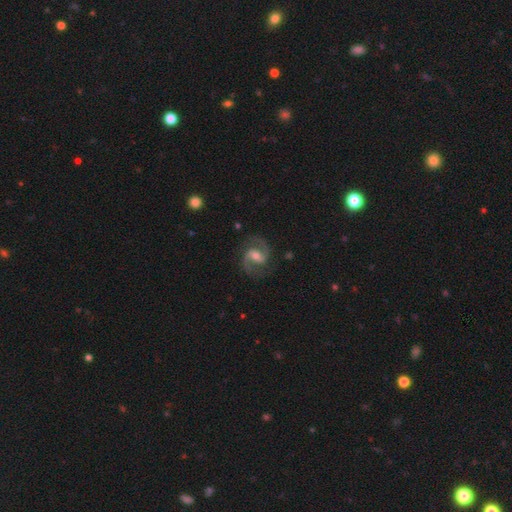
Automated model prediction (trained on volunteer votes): This is clearly a featured or disk galaxy (91%). It is clearly not viewed edge-on (98%). Bar: possibly weak (50%). Spiral arm pattern: clearly yes (98%). Spiral arm count: clearly 2 (94%). Spiral winding: likely medium (64%). Central bulge: possibly moderate (60%). Merging: clearly none (83%).